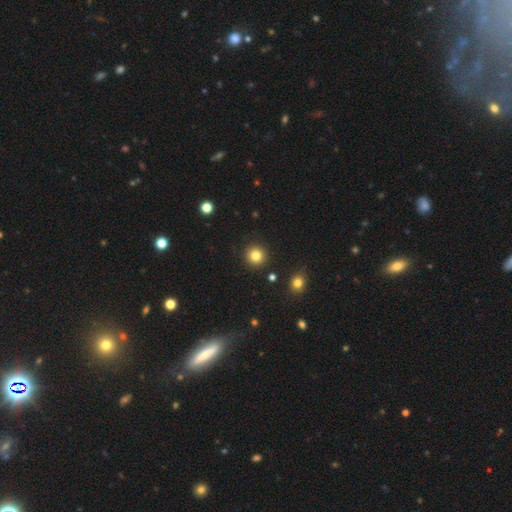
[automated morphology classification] Q: Smooth or featured?
A: smooth (83%); runner-up: star or artifact (11%)
Q: How rounded?
A: round (94%); runner-up: in between (5%)
Q: Merging?
A: none (92%); runner-up: minor disturbance (5%)